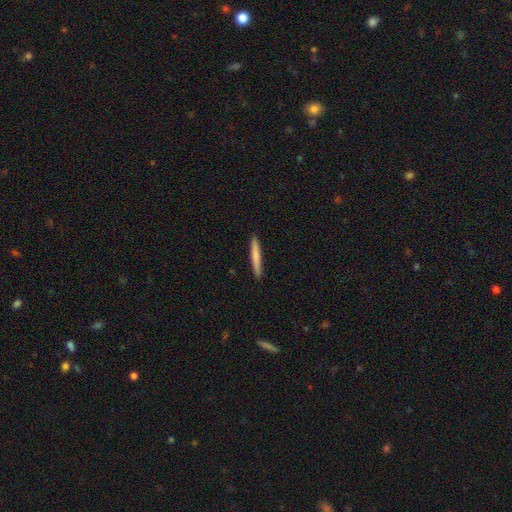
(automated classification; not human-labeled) smooth 74%, featured or disk 21%, star or artifact 5%. Down the decision tree: how rounded — cigar-shaped (96%); merging — none (91%).